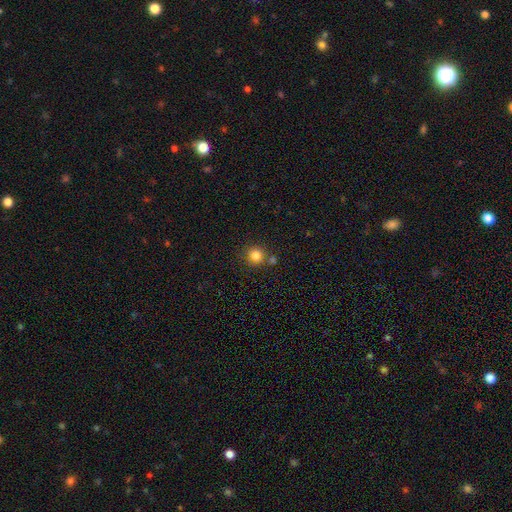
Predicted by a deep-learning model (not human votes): Smooth or featured?
  - smooth: 83% *
  - star or artifact: 12%
  - featured or disk: 5%
How rounded?
  - round: 92% *
  - in between: 7%
  - cigar-shaped: 1%
Merging?
  - none: 76% *
  - merger: 13%
  - minor disturbance: 9%
  - major disturbance: 3%